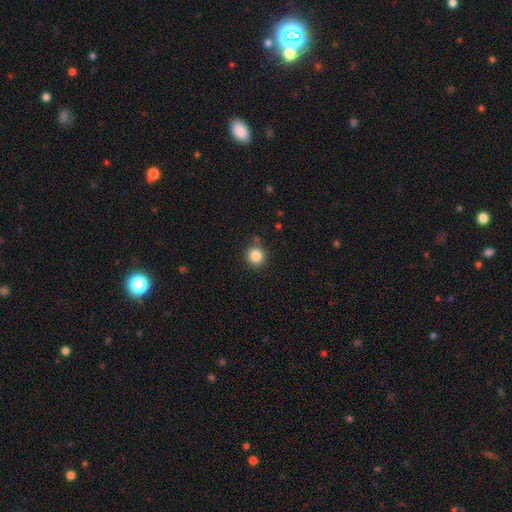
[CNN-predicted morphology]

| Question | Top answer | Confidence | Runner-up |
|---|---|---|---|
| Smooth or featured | smooth | 85% | star or artifact (11%) |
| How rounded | round | 91% | in between (8%) |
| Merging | none | 84% | minor disturbance (9%) |